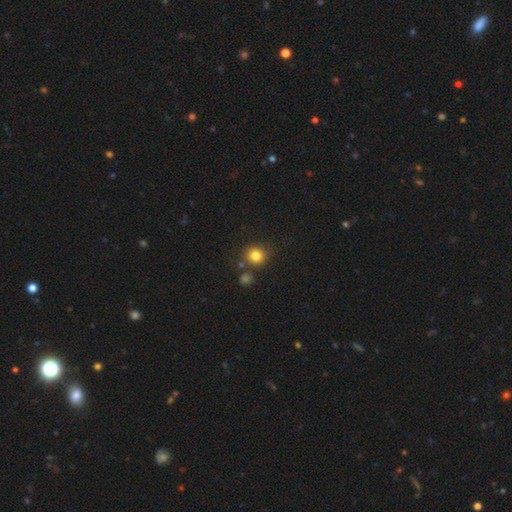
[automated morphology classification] smooth-or-featured: smooth: 81% | star or artifact: 13% | featured or disk: 6%
  how-rounded: round: 87% | in between: 12% | cigar-shaped: 1%
  merging: none: 78% | minor disturbance: 10% | merger: 10% | major disturbance: 3%